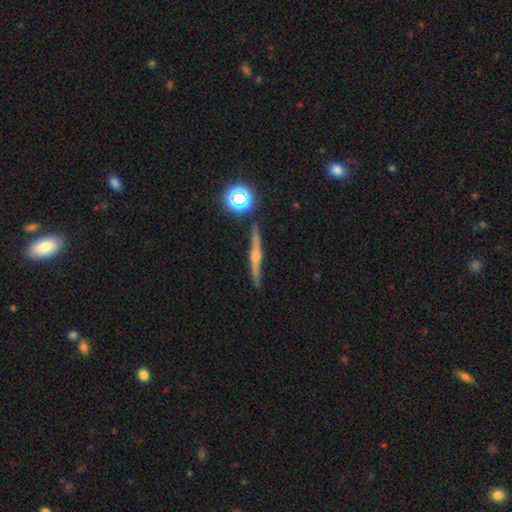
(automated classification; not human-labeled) Smooth or featured: featured or disk — 72% (smooth — 18%)
Edge-on disk: yes — 97% (no — 3%)
Edge-on bulge: rounded — 88% (none — 7%)
Merging: none — 89% (minor disturbance — 7%)